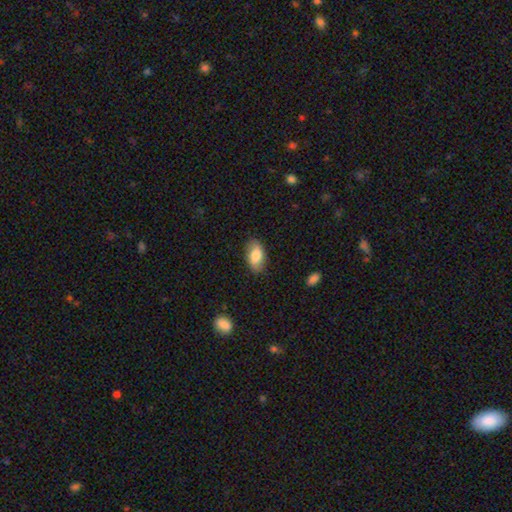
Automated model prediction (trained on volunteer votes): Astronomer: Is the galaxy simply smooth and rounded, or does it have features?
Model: smooth — 76%.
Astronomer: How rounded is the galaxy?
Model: in between — 93%.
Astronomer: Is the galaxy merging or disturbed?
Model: none — 84%.